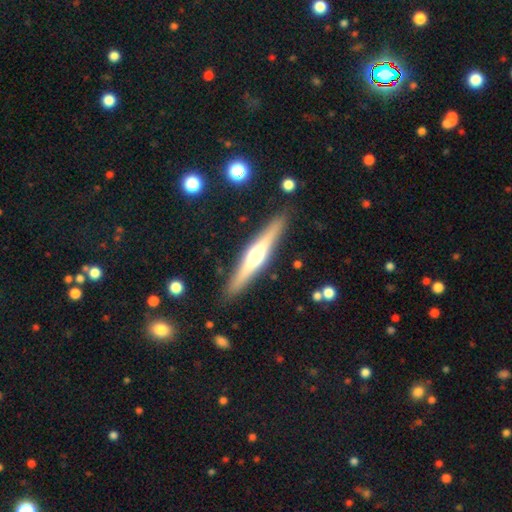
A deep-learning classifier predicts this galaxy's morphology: Smooth or featured: featured or disk — 64% (smooth — 30%)
Edge-on disk: yes — 96% (no — 4%)
Edge-on bulge: rounded — 88% (boxy — 7%)
Merging: none — 89% (minor disturbance — 8%)